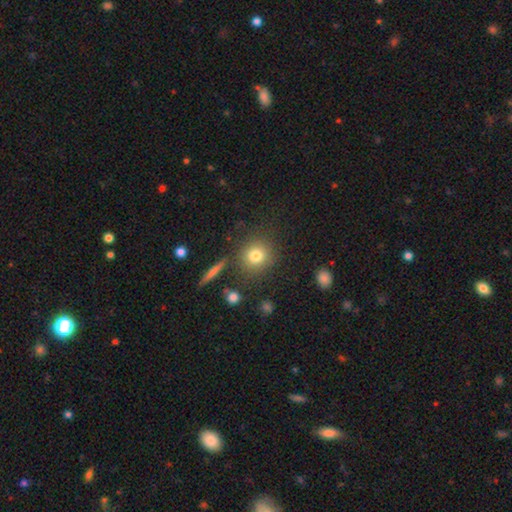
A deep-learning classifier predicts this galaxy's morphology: smooth 79%, star or artifact 12%, featured or disk 9%. Down the decision tree: how rounded — round (87%); merging — none (81%).